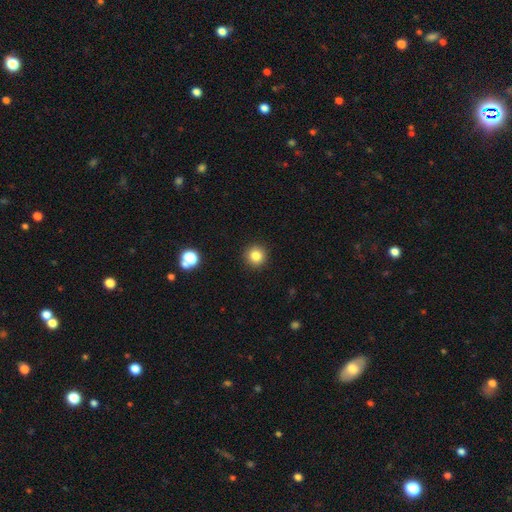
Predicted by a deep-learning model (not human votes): Q: Smooth or featured?
A: smooth (82%); runner-up: star or artifact (12%)
Q: How rounded?
A: round (95%); runner-up: in between (4%)
Q: Merging?
A: none (92%); runner-up: minor disturbance (5%)